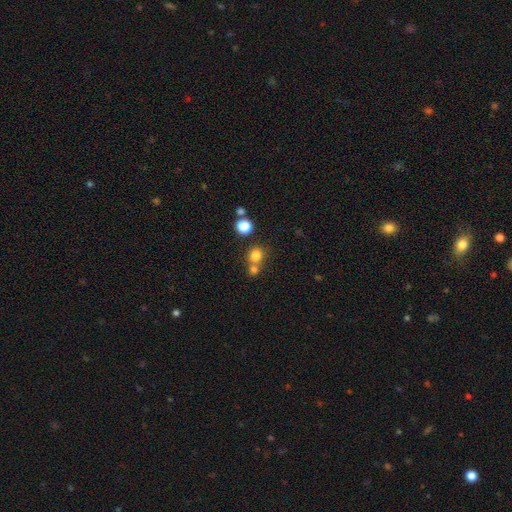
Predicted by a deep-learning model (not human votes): smooth-or-featured: smooth: 78% | star or artifact: 15% | featured or disk: 7%
  how-rounded: round: 84% | in between: 15% | cigar-shaped: 1%
  merging: none: 55% | merger: 35% | minor disturbance: 7% | major disturbance: 3%